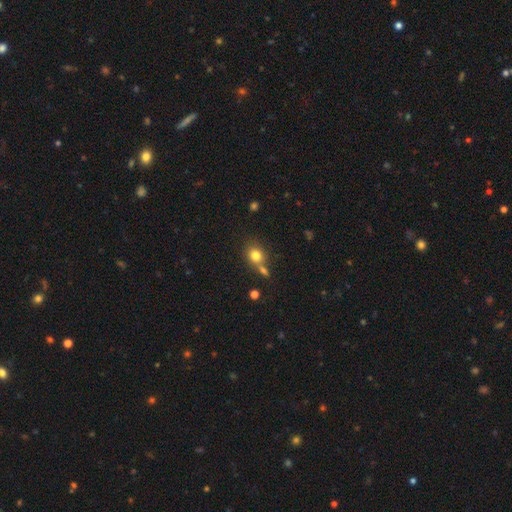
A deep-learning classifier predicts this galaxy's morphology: Smooth or featured? Predicted: smooth (p=0.79). How rounded? Predicted: round (p=0.73). Merging? Predicted: none (p=0.56).